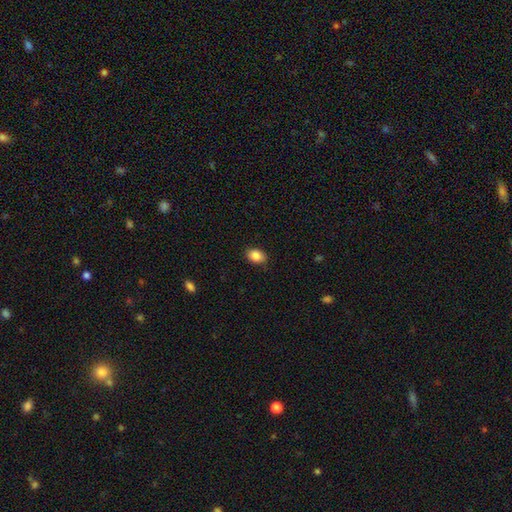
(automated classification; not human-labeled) This is clearly a smooth galaxy (86%). How rounded: likely in between (74%). Merging: clearly none (84%).